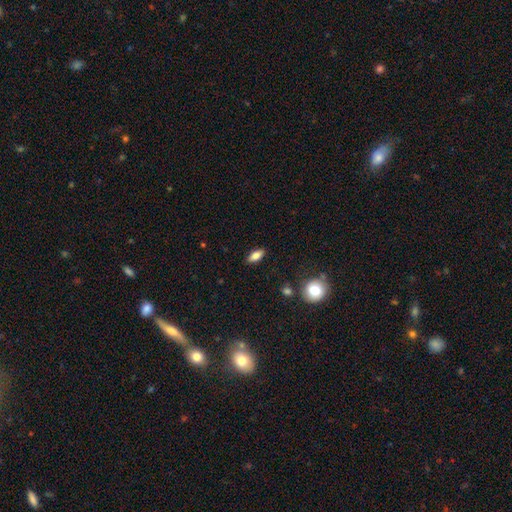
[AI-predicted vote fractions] Overall: smooth (75%). How rounded: in between (80%). Merging: none (87%).